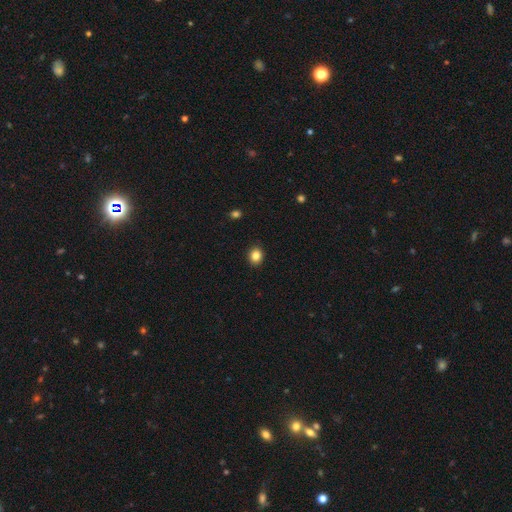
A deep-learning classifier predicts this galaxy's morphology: Q: Smooth or featured?
A: smooth (85%); runner-up: star or artifact (10%)
Q: How rounded?
A: round (62%); runner-up: in between (38%)
Q: Merging?
A: none (91%); runner-up: minor disturbance (7%)